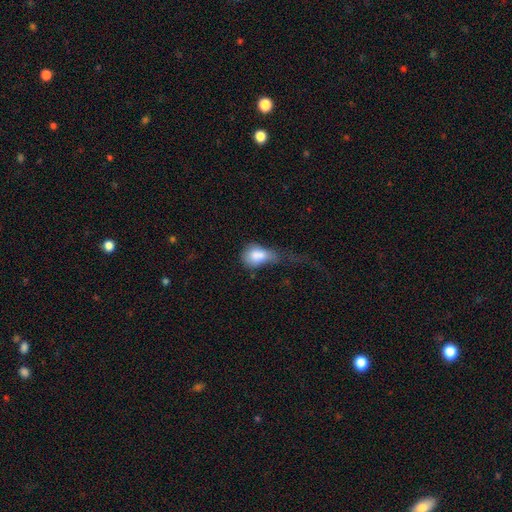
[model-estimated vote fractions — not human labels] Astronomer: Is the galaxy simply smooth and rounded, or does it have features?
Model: smooth — 76%.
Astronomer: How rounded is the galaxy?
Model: in between — 66%.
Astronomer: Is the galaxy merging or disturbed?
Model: major disturbance — 47% (runner-up: minor disturbance, 23%).